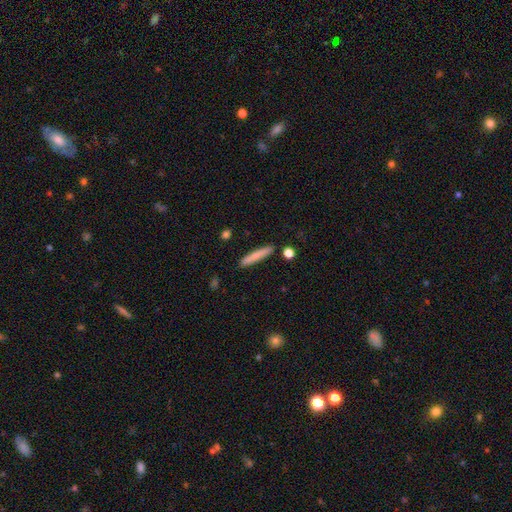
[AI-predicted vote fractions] Overall: smooth (77%). How rounded: cigar-shaped (94%). Merging: none (88%).